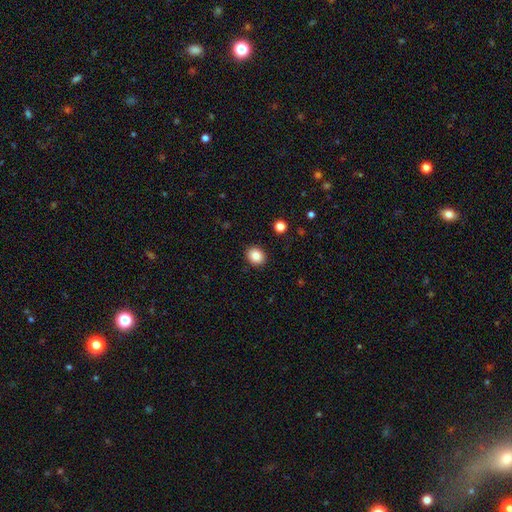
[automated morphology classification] This appears to be a smooth galaxy with no disk features (85%) that is round (61%). Merging: none (91%).